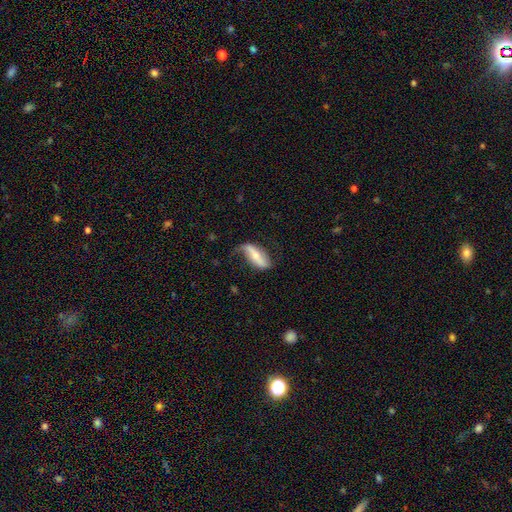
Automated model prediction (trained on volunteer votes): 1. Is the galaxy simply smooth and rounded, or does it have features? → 63% featured or disk, 31% smooth, 6% star or artifact.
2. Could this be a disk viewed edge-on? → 83% no, 17% yes.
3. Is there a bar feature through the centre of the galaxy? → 49% strong, 27% no, 24% weak.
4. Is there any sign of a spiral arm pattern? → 82% yes, 18% no.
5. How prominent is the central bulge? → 48% small, 41% moderate, 6% none, 4% large, 2% dominant.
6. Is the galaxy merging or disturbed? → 48% none, 31% minor disturbance, 18% major disturbance, 3% merger.